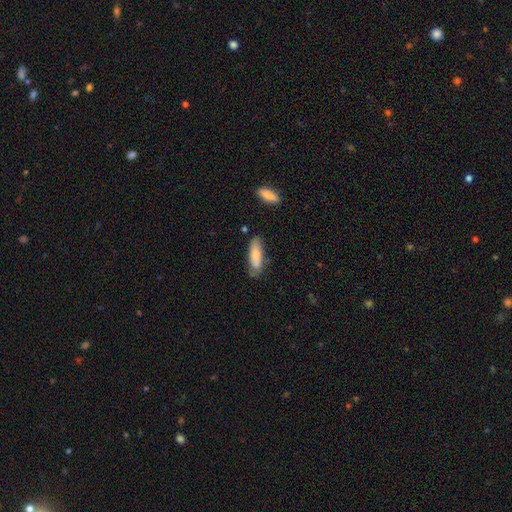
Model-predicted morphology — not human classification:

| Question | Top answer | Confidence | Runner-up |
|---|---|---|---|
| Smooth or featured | smooth | 78% | featured or disk (16%) |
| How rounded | in between | 55% | cigar-shaped (43%) |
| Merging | none | 67% | minor disturbance (23%) |